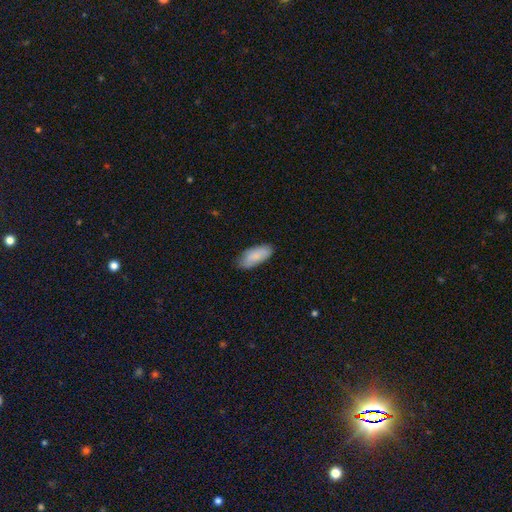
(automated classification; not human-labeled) Smooth or featured? smooth (85%)
How rounded? in between (85%)
Merging? none (77%)